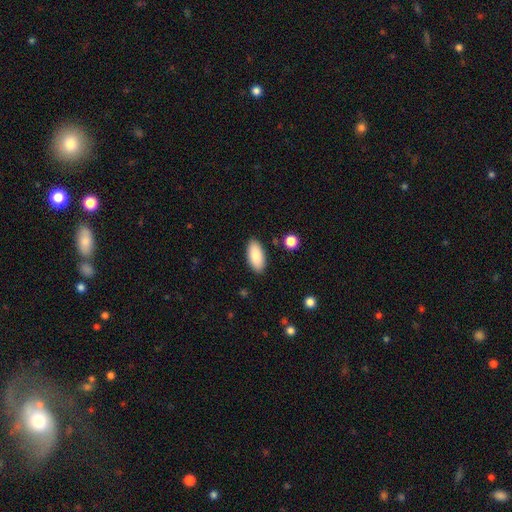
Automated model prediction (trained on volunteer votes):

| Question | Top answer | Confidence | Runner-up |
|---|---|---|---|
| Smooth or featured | smooth | 87% | featured or disk (6%) |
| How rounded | in between | 92% | cigar-shaped (6%) |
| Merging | none | 88% | minor disturbance (8%) |